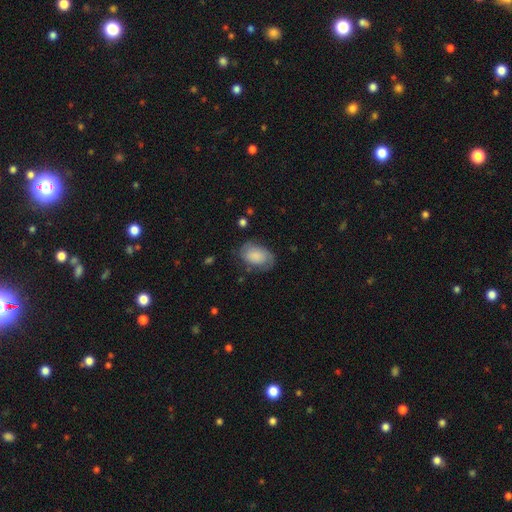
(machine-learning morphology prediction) This appears to be a smooth galaxy with no disk features (71%) that is in between round and cigar-shaped (88%). Merging: none (63%).